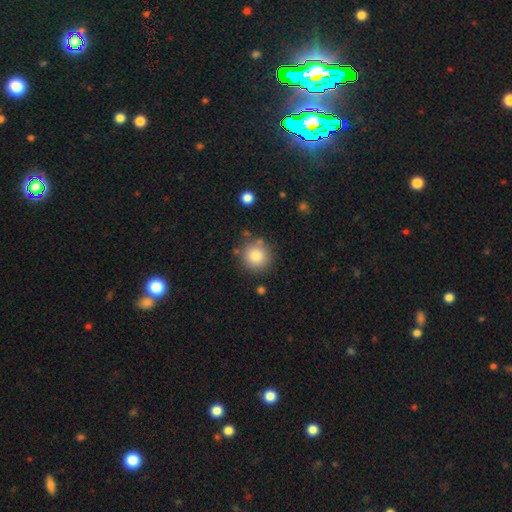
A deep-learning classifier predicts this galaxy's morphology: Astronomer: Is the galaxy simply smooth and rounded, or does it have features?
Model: smooth — 83%.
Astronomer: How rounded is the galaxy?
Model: round — 93%.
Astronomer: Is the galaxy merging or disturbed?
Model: none — 82%.